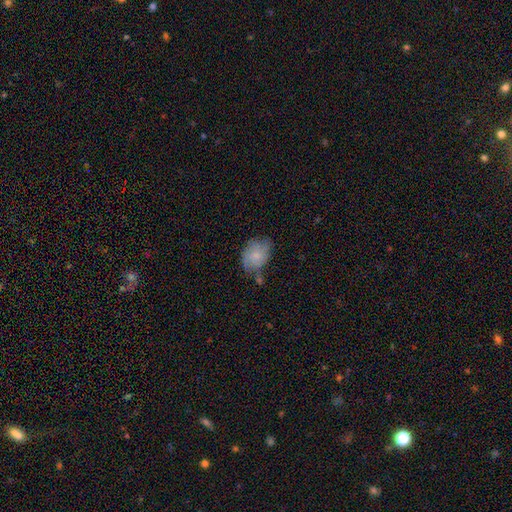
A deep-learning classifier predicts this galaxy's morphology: Smooth or featured? smooth (66%)
How rounded? in between (60%)
Merging? none (45%)